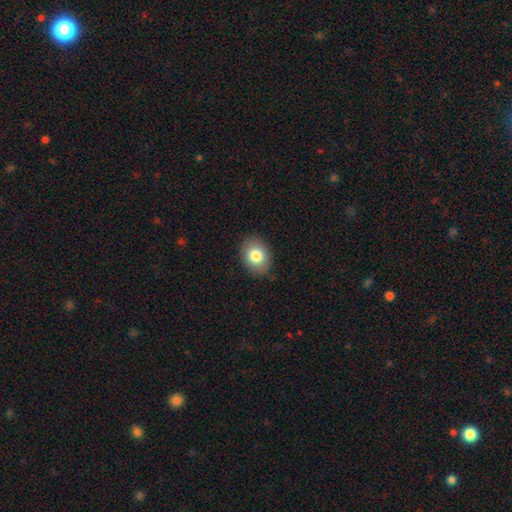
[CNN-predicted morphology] smooth-or-featured: smooth: 81% | featured or disk: 10% | star or artifact: 8%
  how-rounded: in between: 64% | round: 35% | cigar-shaped: 1%
  merging: none: 85% | minor disturbance: 12% | major disturbance: 3% | merger: 1%